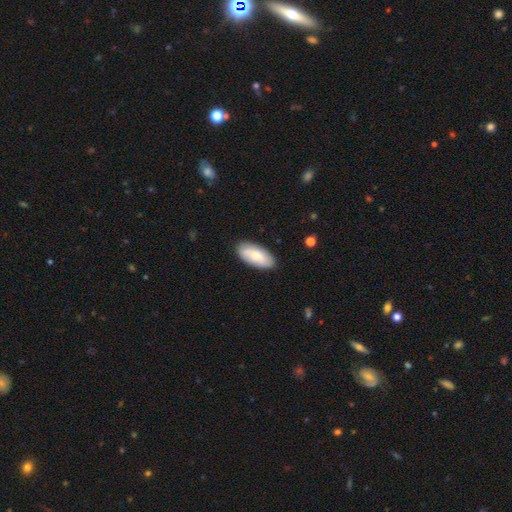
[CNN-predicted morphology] The model was most divided on "smooth or featured": smooth: 72%, featured or disk: 22%, star or artifact: 6%. More confident: how rounded — in between (91%); merging — none (84%).